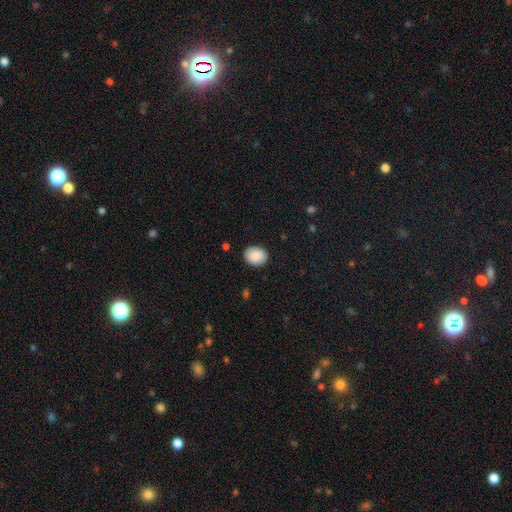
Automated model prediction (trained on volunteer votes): This appears to be a smooth galaxy with no disk features (89%) that is in between round and cigar-shaped (54%). Merging: none (88%).